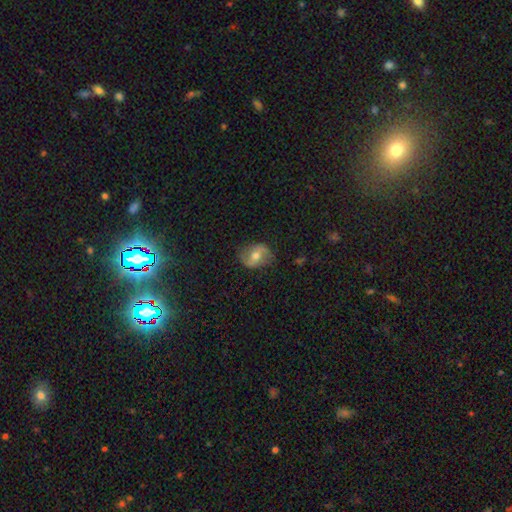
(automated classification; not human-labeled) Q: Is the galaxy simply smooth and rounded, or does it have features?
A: featured or disk — 55%.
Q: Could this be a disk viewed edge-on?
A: no — 93%.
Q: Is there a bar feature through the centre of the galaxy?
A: weak — 39%.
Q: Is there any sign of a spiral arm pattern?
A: yes — 67%.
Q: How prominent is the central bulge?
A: moderate — 71%.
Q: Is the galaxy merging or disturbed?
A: none — 77%.